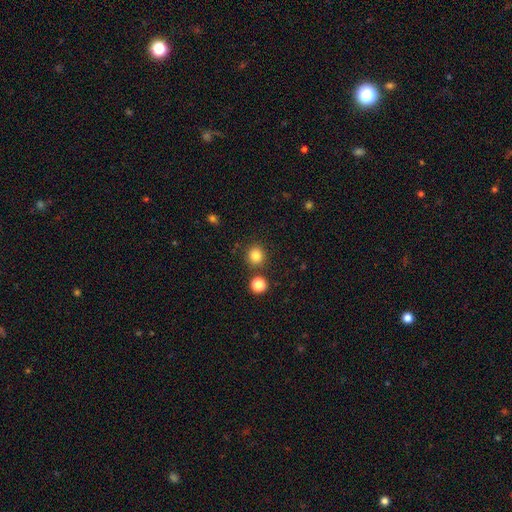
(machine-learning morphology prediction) This appears to be a smooth galaxy with no disk features (83%) that is round (90%). Merging: none (85%).